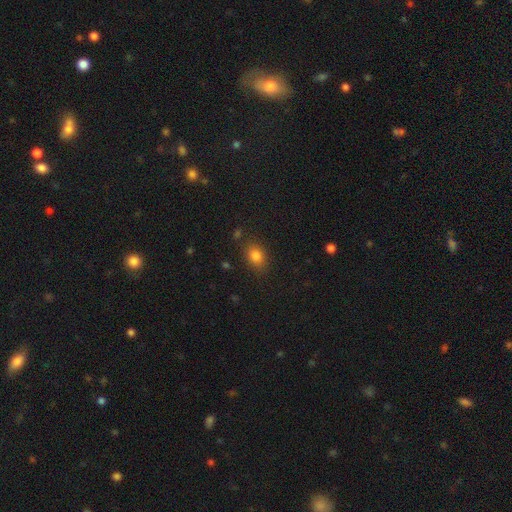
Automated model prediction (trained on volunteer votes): Overall: smooth (82%). How rounded: in between (67%; round 32%). Merging: none (81%).